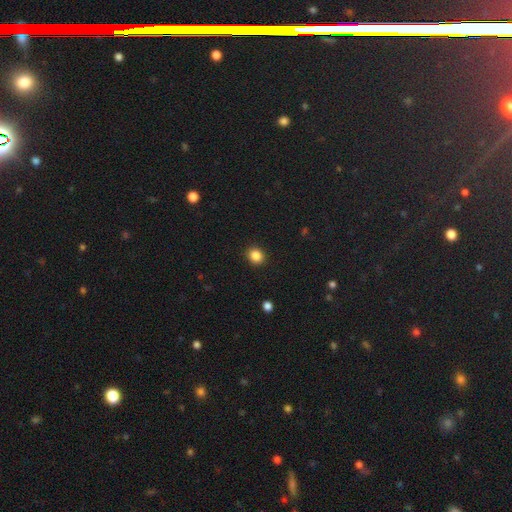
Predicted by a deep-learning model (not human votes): A smooth galaxy with no disk features (86%) that is round (73%).

Vote fractions:
- Smooth or featured? smooth: 86% / star or artifact: 10% / featured or disk: 3%
- How rounded? round: 73% / in between: 26% / cigar-shaped: 1%
- Merging? none: 91% / minor disturbance: 6% / major disturbance: 2% / merger: 1%